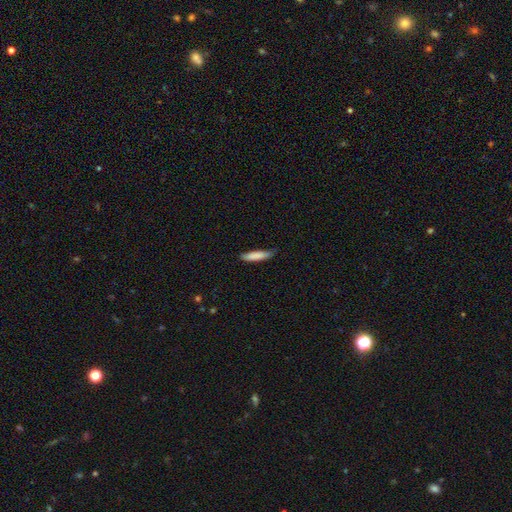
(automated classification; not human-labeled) Smooth or featured?
  - smooth: 83% *
  - featured or disk: 11%
  - star or artifact: 6%
How rounded?
  - cigar-shaped: 81% *
  - in between: 18%
  - round: 1%
Merging?
  - none: 75% *
  - minor disturbance: 21%
  - major disturbance: 3%
  - merger: 1%